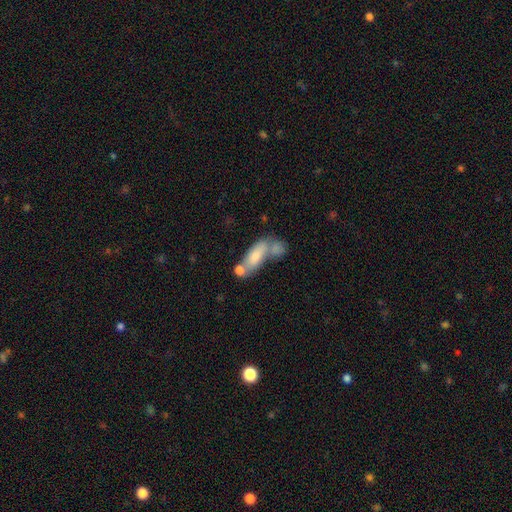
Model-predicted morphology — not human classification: A smooth galaxy with no disk features (73%) that is in between round and cigar-shaped (70%).

Vote fractions:
- Smooth or featured? smooth: 73% / featured or disk: 20% / star or artifact: 7%
- How rounded? in between: 70% / cigar-shaped: 27% / round: 4%
- Merging? merger: 46% / none: 33% / minor disturbance: 13% / major disturbance: 7%